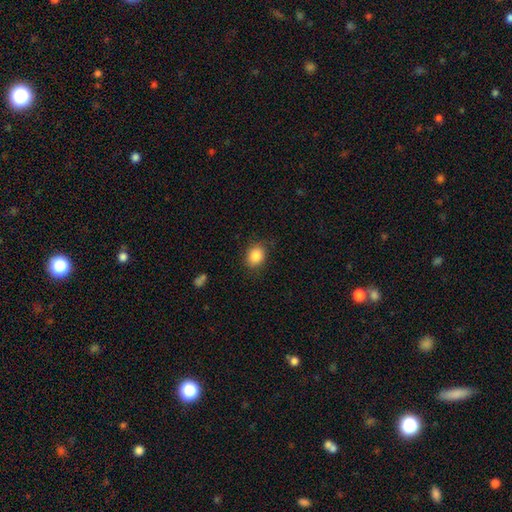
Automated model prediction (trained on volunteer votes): Overall: smooth (86%). How rounded: in between (52%; round 47%). Merging: none (82%).